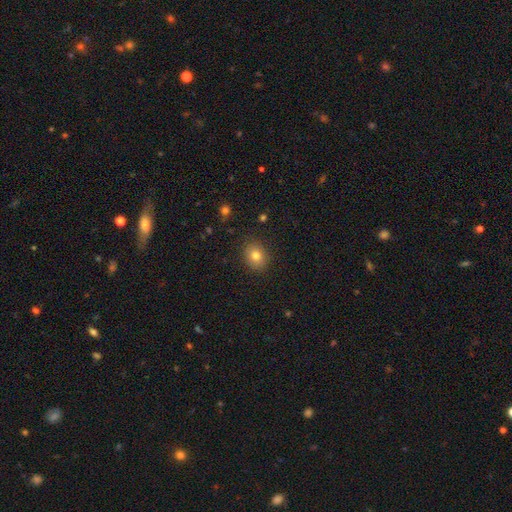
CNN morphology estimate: This appears to be a smooth galaxy with no disk features (79%) that is round (59%). Merging: none (89%).